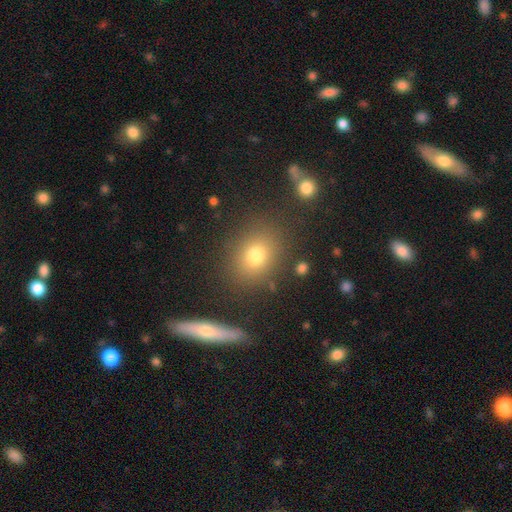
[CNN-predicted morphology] A smooth galaxy with no disk features (74%) that is round (52%).

Vote fractions:
- Smooth or featured? smooth: 74% / star or artifact: 14% / featured or disk: 12%
- How rounded? round: 52% / in between: 45% / cigar-shaped: 3%
- Merging? none: 82% / minor disturbance: 10% / merger: 5% / major disturbance: 3%